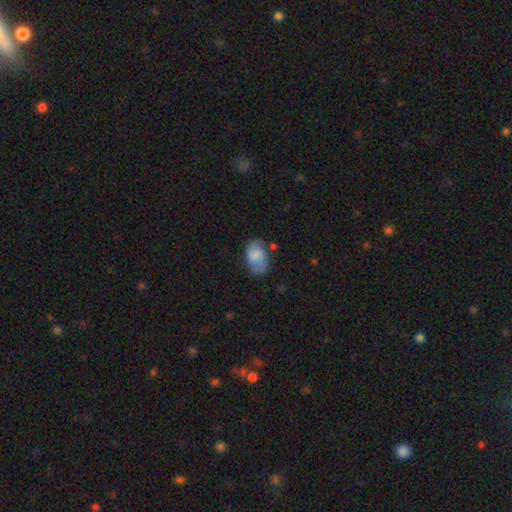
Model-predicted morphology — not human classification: type=smooth (47%); merging=none (58%).